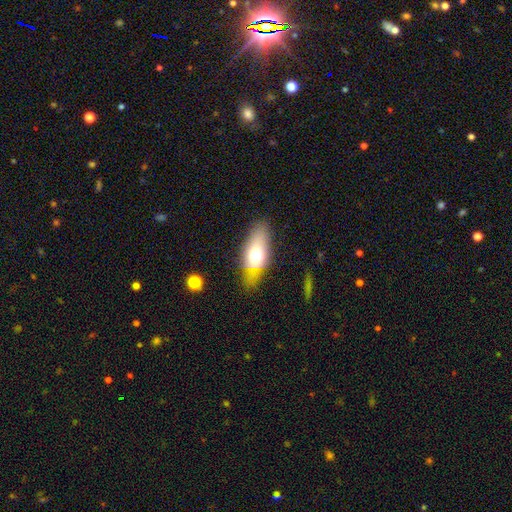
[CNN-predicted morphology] A smooth galaxy with no disk features (61%) that is in between round and cigar-shaped (82%).

Vote fractions:
- Smooth or featured? smooth: 61% / featured or disk: 30% / star or artifact: 9%
- How rounded? in between: 82% / cigar-shaped: 12% / round: 5%
- Merging? none: 64% / minor disturbance: 23% / major disturbance: 10% / merger: 3%